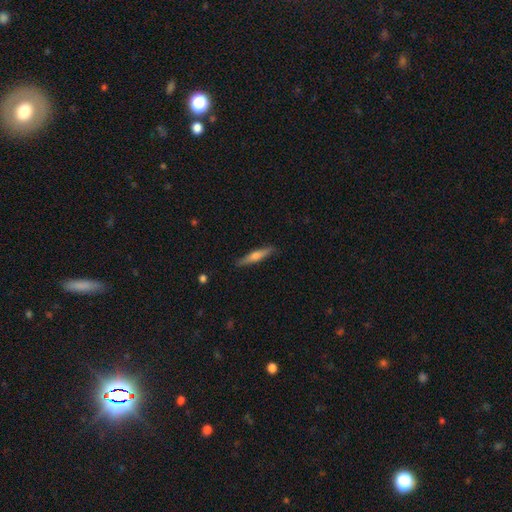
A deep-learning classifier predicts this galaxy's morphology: A smooth galaxy with no disk features (54%) that is cigar-shaped (90%).

Vote fractions:
- Smooth or featured? smooth: 54% / featured or disk: 40% / star or artifact: 6%
- How rounded? cigar-shaped: 90% / in between: 9% / round: 2%
- Merging? none: 89% / minor disturbance: 8% / major disturbance: 2% / merger: 1%